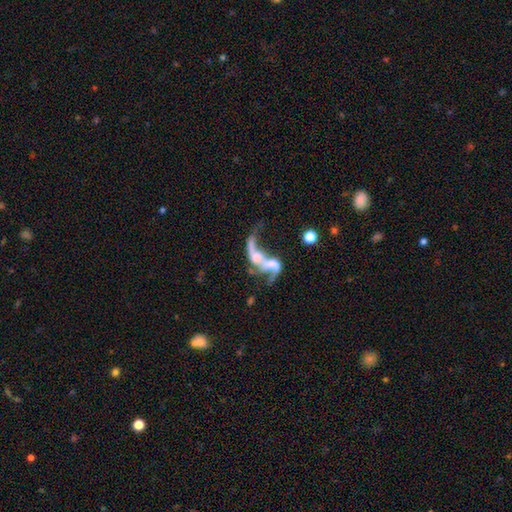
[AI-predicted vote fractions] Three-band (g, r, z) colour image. It shows a featured or disk galaxy (74%) with no bar (57%), 2 (67%) loose (86%) spiral arms (72%) and no central bulge (40%). Merging: merger (50%).